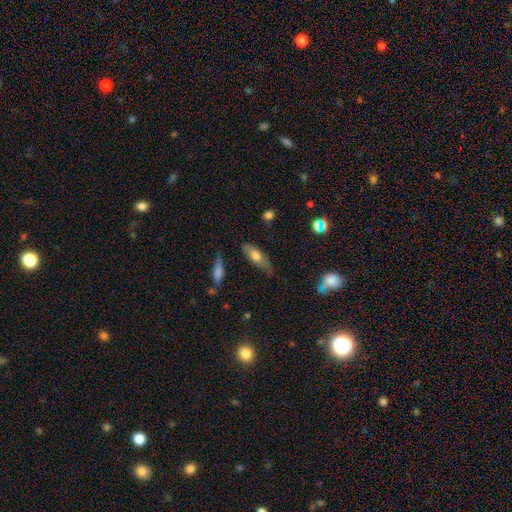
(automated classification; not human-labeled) This is likely a smooth galaxy (60%). How rounded: likely in between (63%). Merging: likely none (65%).